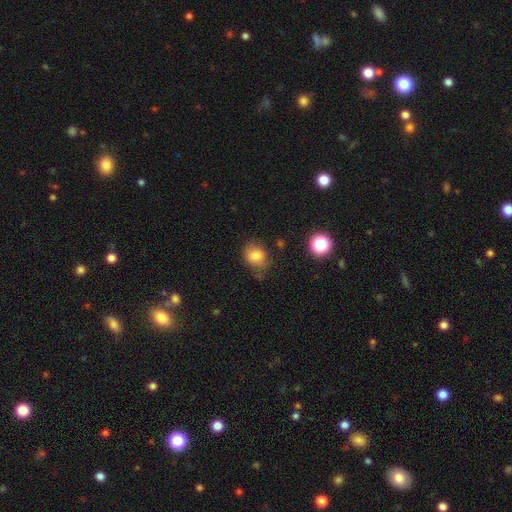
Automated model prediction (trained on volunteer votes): This appears to be a smooth galaxy with no disk features (79%) that is round (60%). Merging: none (63%).